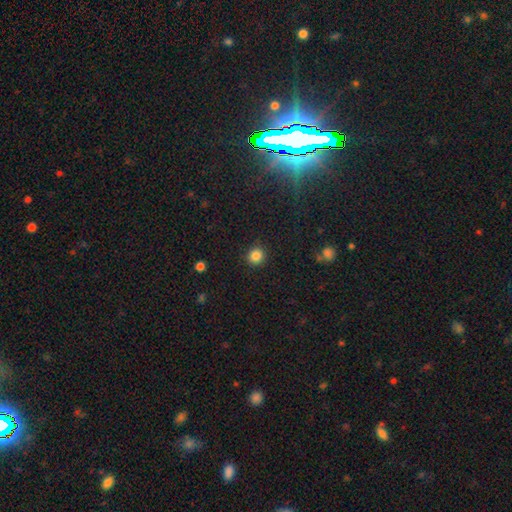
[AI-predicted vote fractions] The model was most divided on "smooth or featured": smooth: 85%, star or artifact: 11%, featured or disk: 4%. More confident: how rounded — round (92%); merging — none (91%).